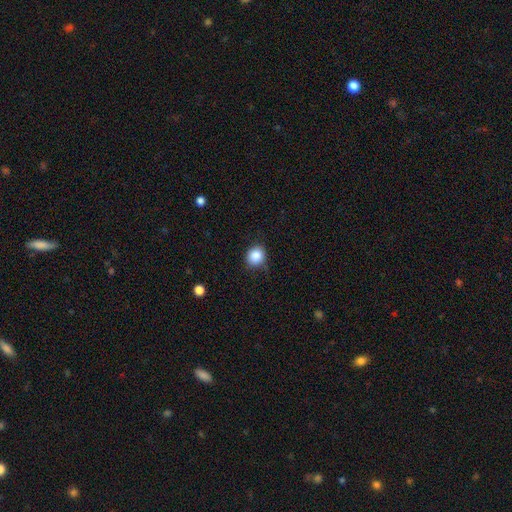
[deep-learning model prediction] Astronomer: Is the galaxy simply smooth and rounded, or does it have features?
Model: smooth — 87%.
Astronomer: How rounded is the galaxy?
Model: round — 81%.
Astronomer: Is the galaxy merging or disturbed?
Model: none — 80%.